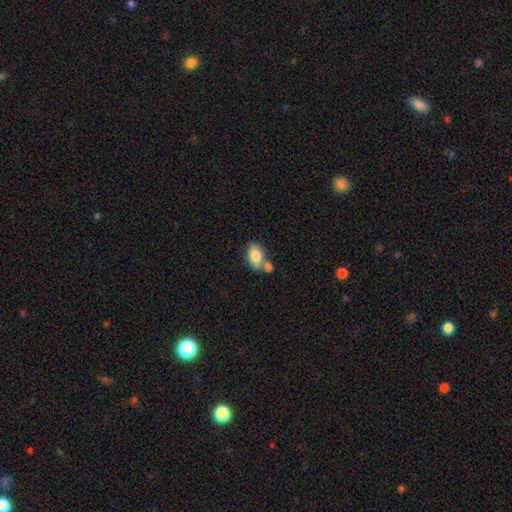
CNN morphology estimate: Smooth or featured: smooth — 79% (featured or disk — 15%)
How rounded: in between — 90% (round — 8%)
Merging: none — 45% (merger — 35%)